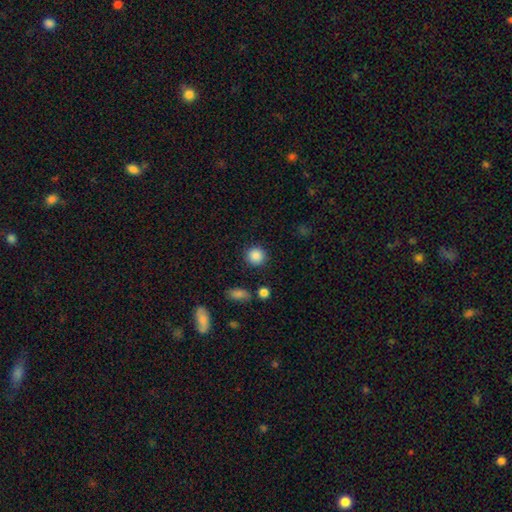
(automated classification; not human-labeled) This appears to be a smooth galaxy with no disk features (87%) that is round (92%). Merging: none (89%).